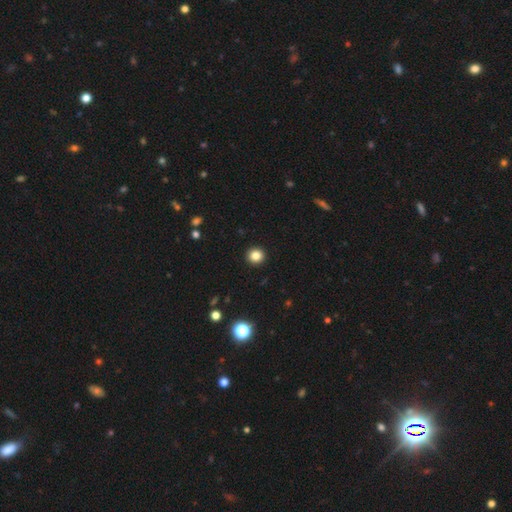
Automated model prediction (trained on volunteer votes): smooth_or_featured: smooth (p=0.84) [alt: star or artifact p=0.11]
how_rounded: round (p=0.92) [alt: in between p=0.07]
merging: none (p=0.94) [alt: minor disturbance p=0.04]